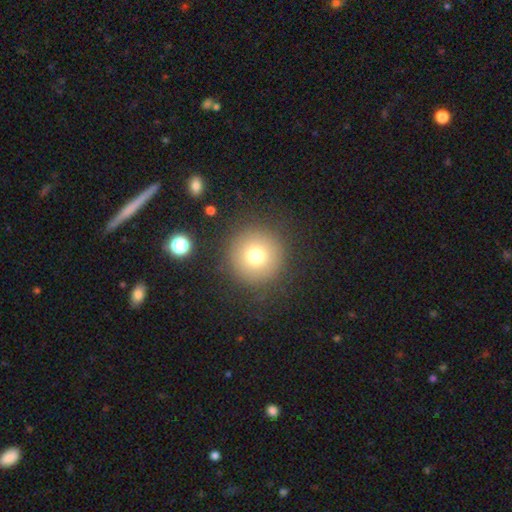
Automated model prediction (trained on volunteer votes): Morphology: type=smooth (74%); roundness=round (96%); merging=none (87%).